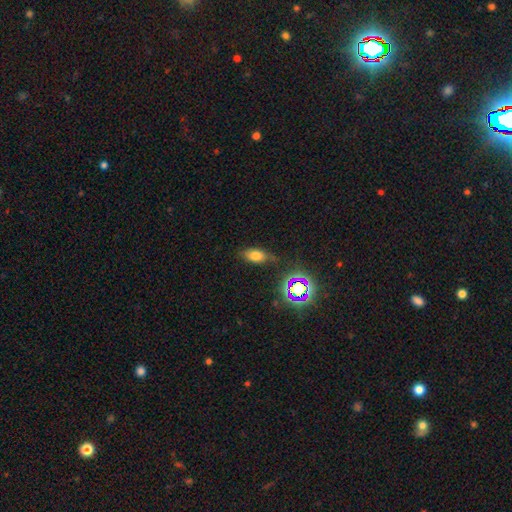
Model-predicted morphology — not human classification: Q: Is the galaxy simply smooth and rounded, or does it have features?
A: smooth — 69%.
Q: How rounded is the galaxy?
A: in between — 84%.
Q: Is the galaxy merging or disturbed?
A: none — 72%.